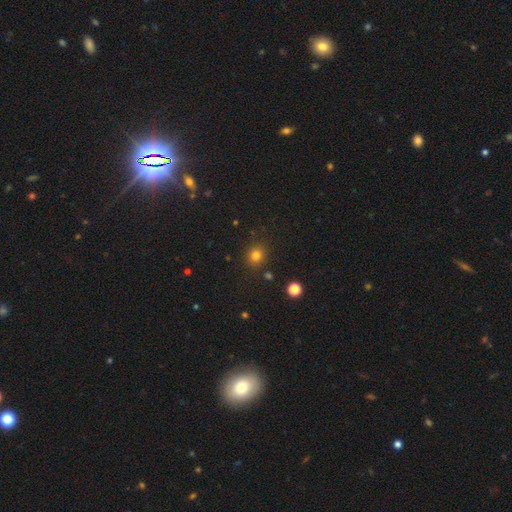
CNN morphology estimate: Smooth or featured? Predicted: smooth (p=0.79). How rounded? Predicted: round (p=0.81). Merging? Predicted: none (p=0.87).